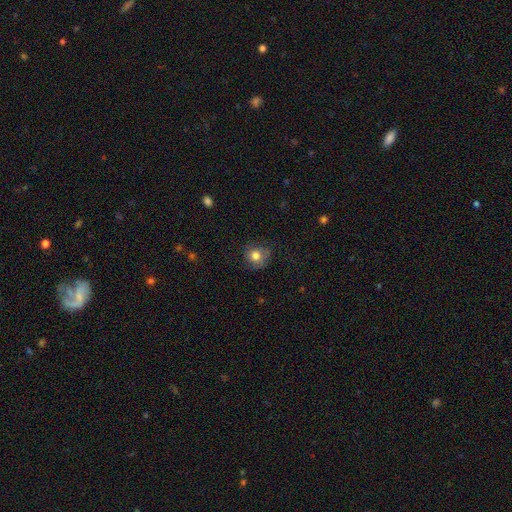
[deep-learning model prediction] Smooth or featured: smooth — 78% (featured or disk — 12%)
How rounded: round — 85% (in between — 14%)
Merging: none — 71% (minor disturbance — 21%)